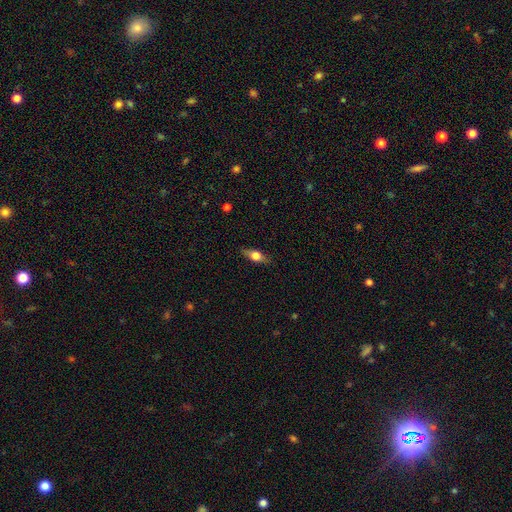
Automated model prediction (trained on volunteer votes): smooth-or-featured: smooth: 58% | featured or disk: 35% | star or artifact: 7%
  how-rounded: in between: 65% | cigar-shaped: 28% | round: 7%
  merging: none: 84% | minor disturbance: 12% | major disturbance: 3% | merger: 1%